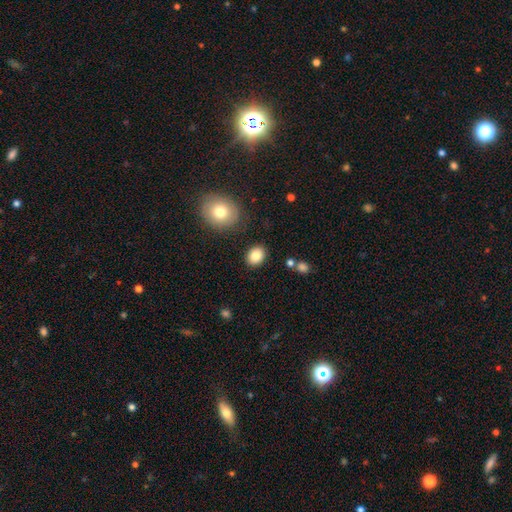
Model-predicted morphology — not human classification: Overall: smooth (84%). How rounded: in between (51%; round 48%). Merging: none (86%).